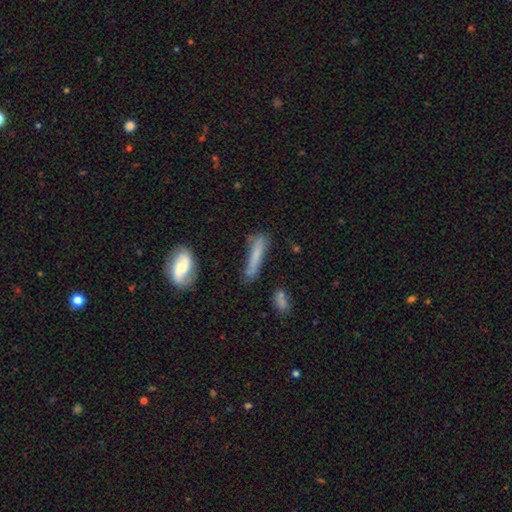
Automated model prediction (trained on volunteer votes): Overall: smooth (64%; featured or disk 27%). How rounded: cigar-shaped (86%). Merging: none (63%; minor disturbance 24%).